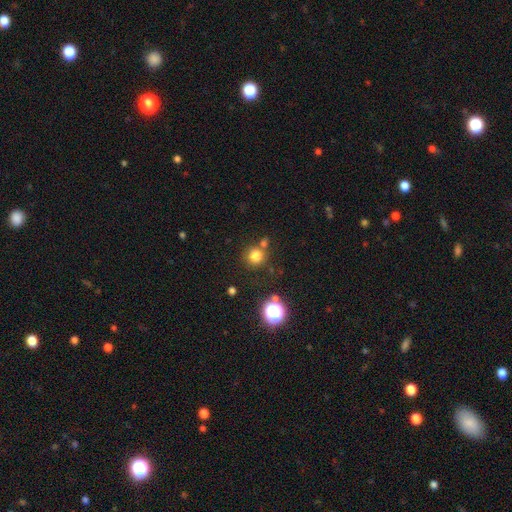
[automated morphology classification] Q: Smooth or featured?
A: smooth (78%); runner-up: star or artifact (16%)
Q: How rounded?
A: round (93%); runner-up: in between (6%)
Q: Merging?
A: none (74%); runner-up: merger (13%)